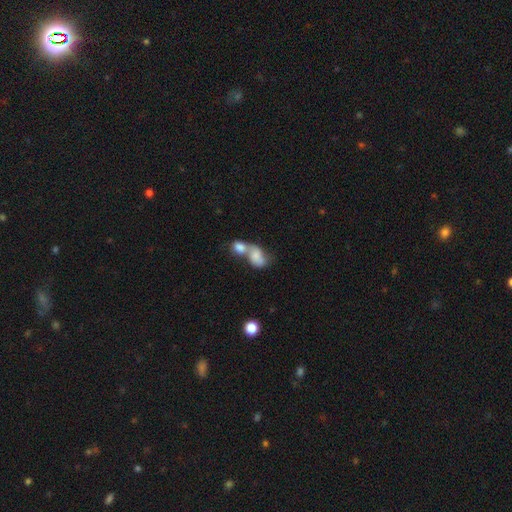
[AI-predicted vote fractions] Q: Smooth or featured?
A: smooth (69%); runner-up: featured or disk (22%)
Q: How rounded?
A: in between (76%); runner-up: round (21%)
Q: Merging?
A: merger (78%); runner-up: none (11%)